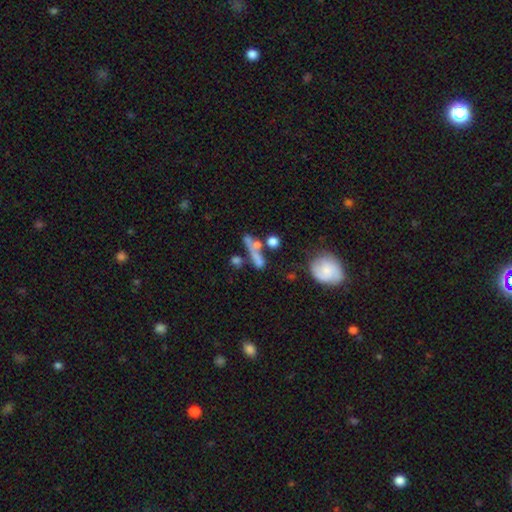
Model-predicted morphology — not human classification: smooth 54%, featured or disk 32%, star or artifact 14%. Down the decision tree: how rounded — cigar-shaped (51%); merging — none (41%).